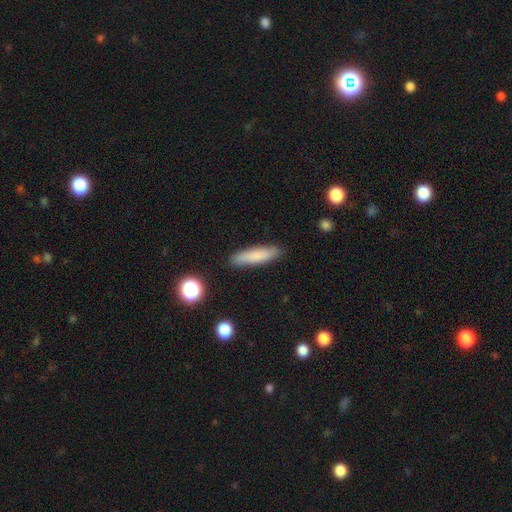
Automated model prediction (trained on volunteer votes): Smooth or featured? smooth (80%)
How rounded? cigar-shaped (77%)
Merging? none (87%)